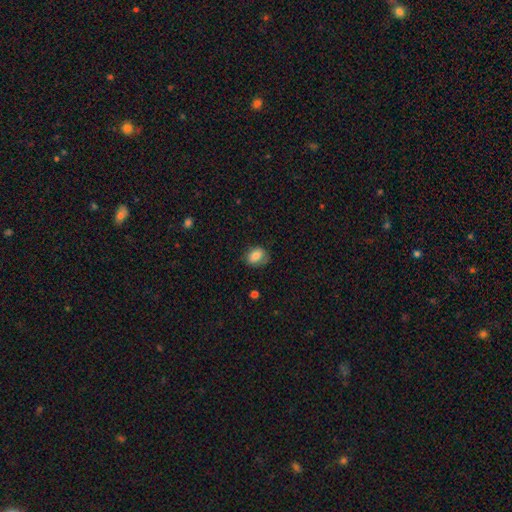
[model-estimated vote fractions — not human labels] This is likely a smooth galaxy (79%). How rounded: likely in between (64%). Merging: likely none (68%).